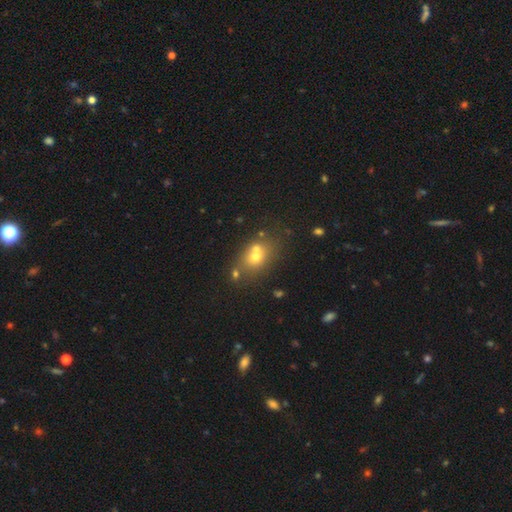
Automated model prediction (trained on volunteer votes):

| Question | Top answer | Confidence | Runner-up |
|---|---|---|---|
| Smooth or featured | smooth | 61% | featured or disk (22%) |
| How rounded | in between | 52% | round (46%) |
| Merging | none | 46% | merger (39%) |